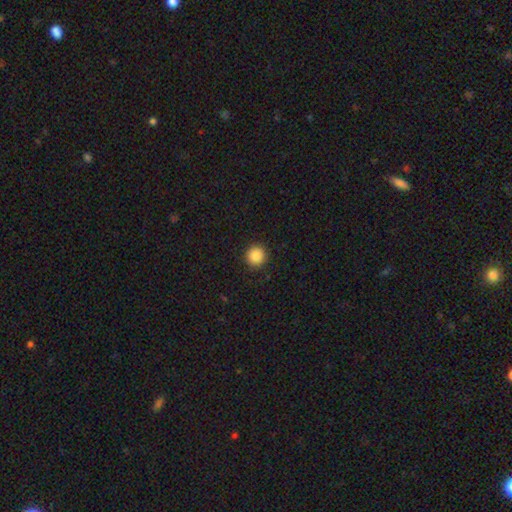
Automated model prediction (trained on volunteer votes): Smooth or featured: smooth — 87% (star or artifact — 10%)
How rounded: round — 93% (in between — 6%)
Merging: none — 92% (minor disturbance — 5%)